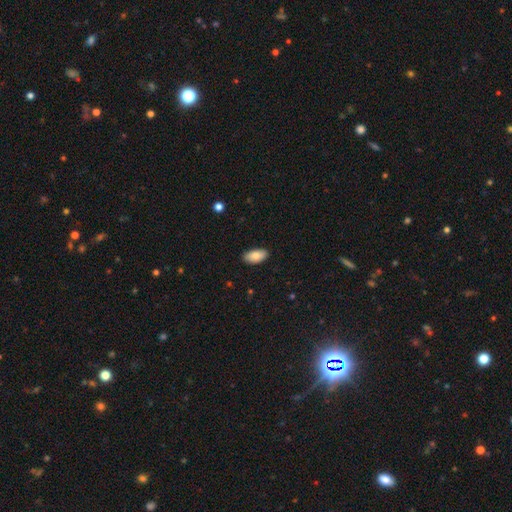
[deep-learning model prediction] Smooth or featured? Predicted: smooth (p=0.87). How rounded? Predicted: in between (p=0.95). Merging? Predicted: none (p=0.88).